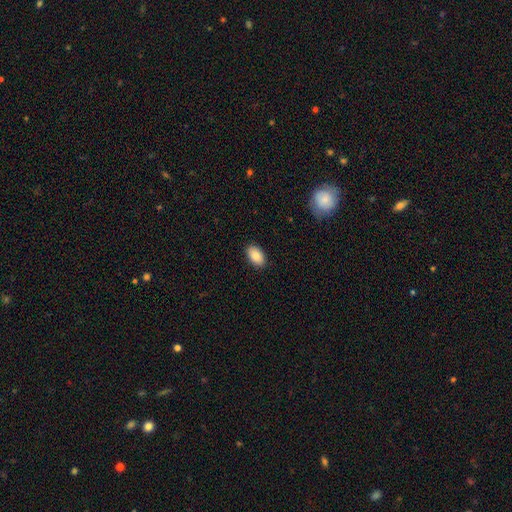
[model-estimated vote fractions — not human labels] Smooth or featured? smooth (88%)
How rounded? in between (94%)
Merging? none (89%)